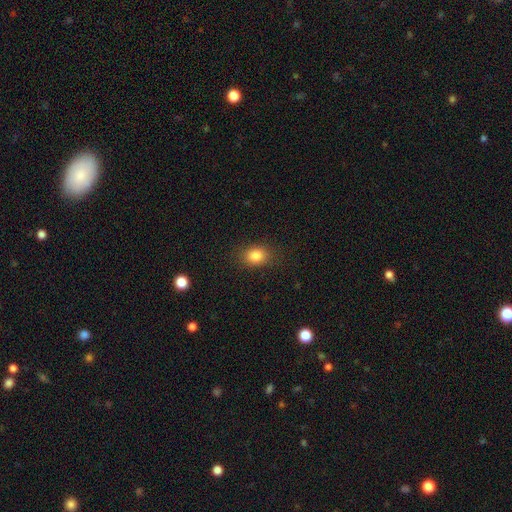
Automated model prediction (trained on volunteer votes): Smooth or featured? Predicted: smooth (p=0.84). How rounded? Predicted: in between (p=0.61). Merging? Predicted: none (p=0.85).